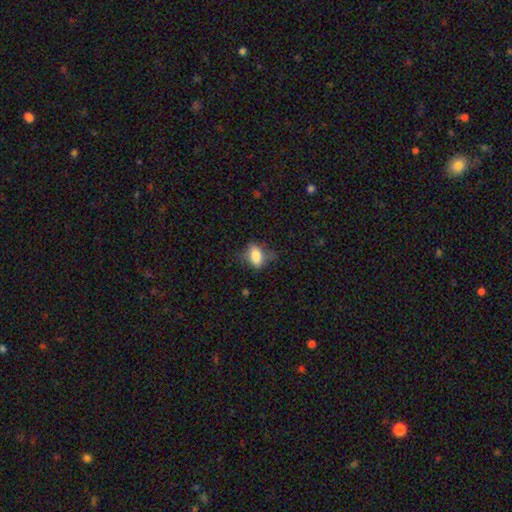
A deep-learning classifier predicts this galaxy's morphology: The model was most divided on "merging": none: 58%, minor disturbance: 29%, major disturbance: 11%, merger: 2%. More confident: how rounded — in between (81%); smooth or featured — smooth (77%).